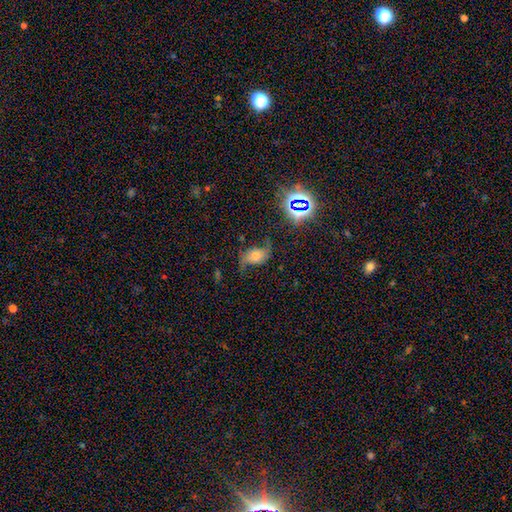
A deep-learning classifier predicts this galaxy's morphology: This is possibly a featured or disk galaxy (55%). It is clearly not viewed edge-on (94%). Bar: likely no (74%). Spiral arm pattern: clearly yes (86%). Central bulge: possibly moderate (54%). Merging: likely none (62%).